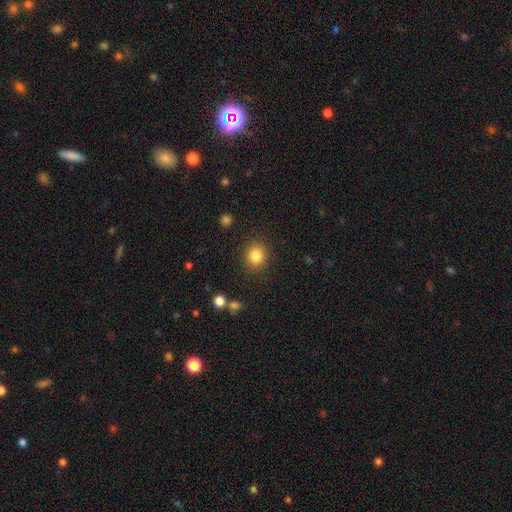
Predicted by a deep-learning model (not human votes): Smooth or featured: smooth — 84% (star or artifact — 11%)
How rounded: round — 79% (in between — 21%)
Merging: none — 88% (minor disturbance — 7%)